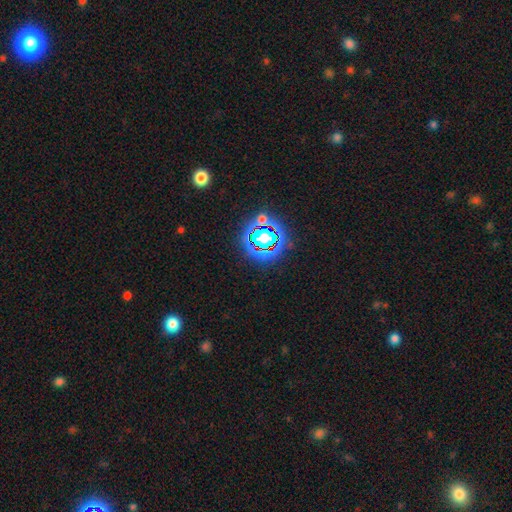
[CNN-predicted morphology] type=star or artifact (79%).